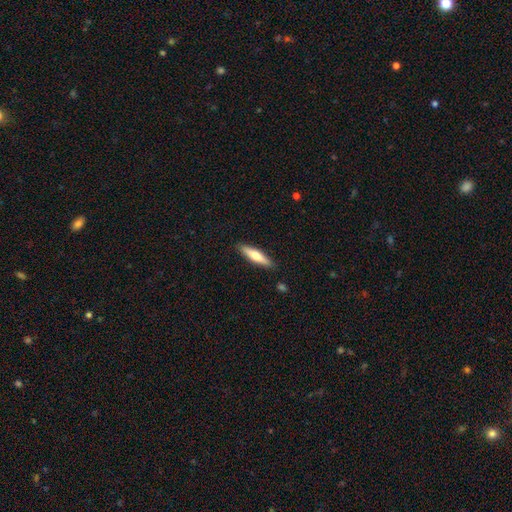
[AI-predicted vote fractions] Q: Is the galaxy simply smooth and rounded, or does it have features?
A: smooth — 60%.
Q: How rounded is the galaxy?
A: cigar-shaped — 77%.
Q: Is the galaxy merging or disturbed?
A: none — 89%.